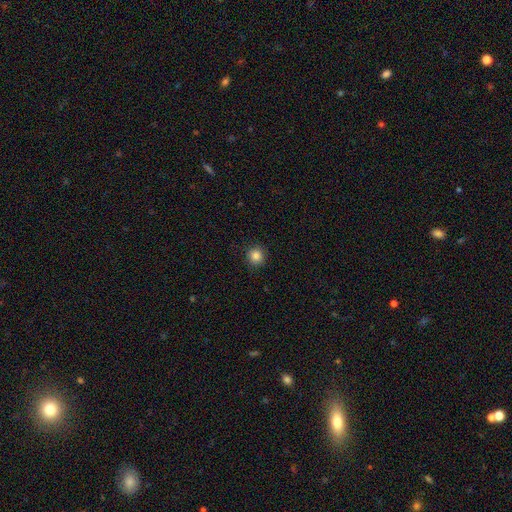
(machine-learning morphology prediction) This is clearly a smooth galaxy (86%). How rounded: clearly round (93%). Merging: clearly none (91%).